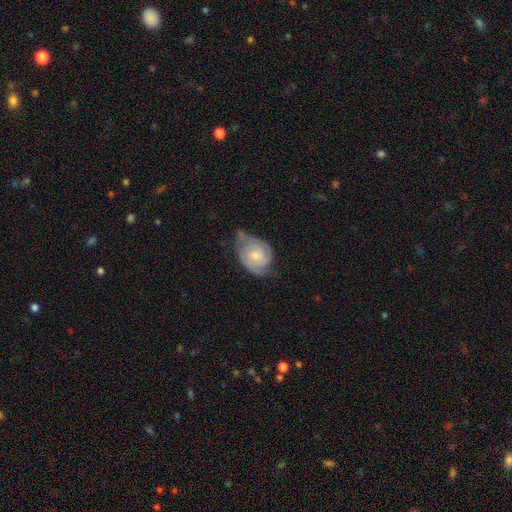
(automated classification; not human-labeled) smooth-or-featured: featured or disk: 62% | smooth: 32% | star or artifact: 6%
  disk-edge-on: no: 97% | yes: 3%
    bar: no: 71% | weak: 26% | strong: 3%
    has-spiral-arms: yes: 86% | no: 14%
      spiral-winding: tight: 54% | medium: 35% | loose: 11%
      spiral-arm-count: 2: 49% | can't tell: 28% | 3: 12% | 1: 6% | 4: 3% | more than 4: 2%
    bulge-size: moderate: 46% | small: 42% | none: 6% | large: 5% | dominant: 1%
  merging: minor disturbance: 41% | none: 38% | major disturbance: 18% | merger: 3%